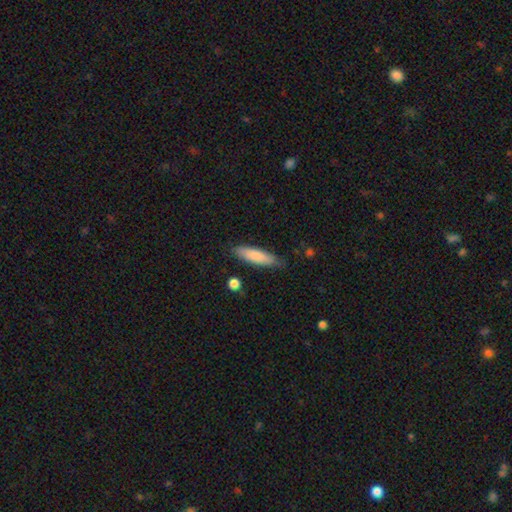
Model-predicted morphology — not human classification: smooth-or-featured: smooth: 81% | featured or disk: 13% | star or artifact: 6%
  how-rounded: cigar-shaped: 65% | in between: 33% | round: 2%
  merging: none: 82% | minor disturbance: 14% | major disturbance: 3% | merger: 2%